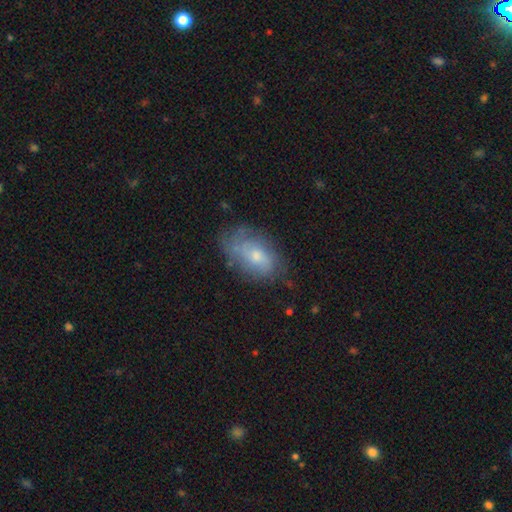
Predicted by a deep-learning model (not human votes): smooth_or_featured: featured or disk (p=0.47) [alt: smooth p=0.44]
merging: none (p=0.63) [alt: minor disturbance p=0.25]